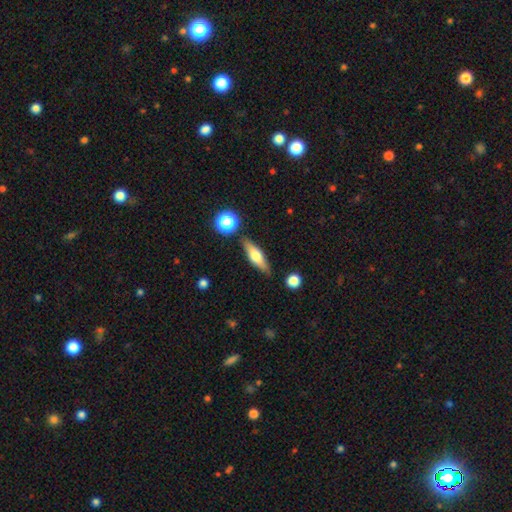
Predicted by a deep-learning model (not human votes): Smooth or featured?
  - smooth: 54% *
  - featured or disk: 39%
  - star or artifact: 8%
How rounded?
  - cigar-shaped: 53% *
  - in between: 43%
  - round: 4%
Merging?
  - none: 82% *
  - minor disturbance: 11%
  - merger: 4%
  - major disturbance: 3%